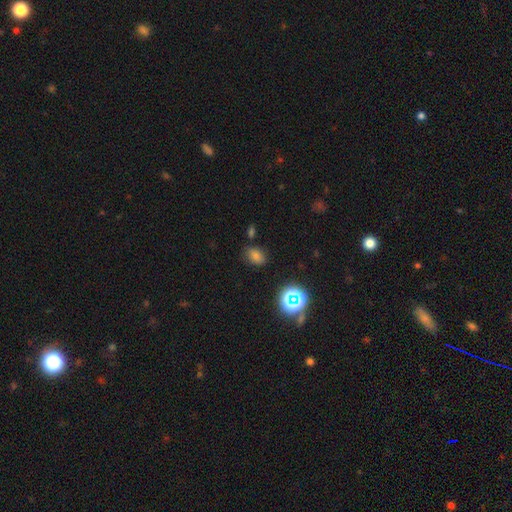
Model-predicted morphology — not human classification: smooth_or_featured: smooth (p=0.71) [alt: star or artifact p=0.20]
how_rounded: in between (p=0.75) [alt: round p=0.24]
merging: none (p=0.77) [alt: minor disturbance p=0.15]